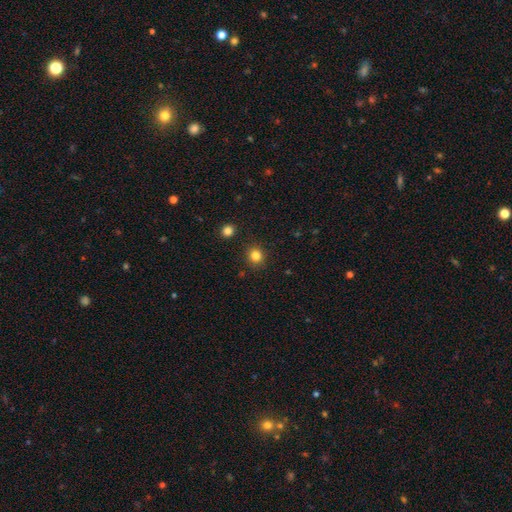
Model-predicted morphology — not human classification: A smooth galaxy with no disk features (83%) that is round (88%).

Vote fractions:
- Smooth or featured? smooth: 83% / star or artifact: 12% / featured or disk: 5%
- How rounded? round: 88% / in between: 11% / cigar-shaped: 1%
- Merging? none: 90% / minor disturbance: 6% / major disturbance: 2% / merger: 2%